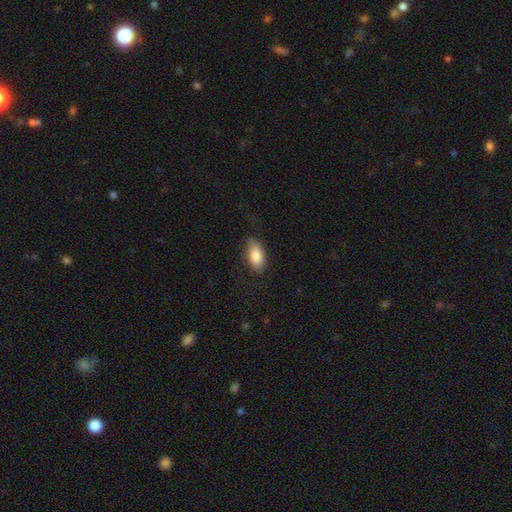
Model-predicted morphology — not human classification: smooth 84%, featured or disk 9%, star or artifact 6%. Down the decision tree: how rounded — in between (92%); merging — none (74%).